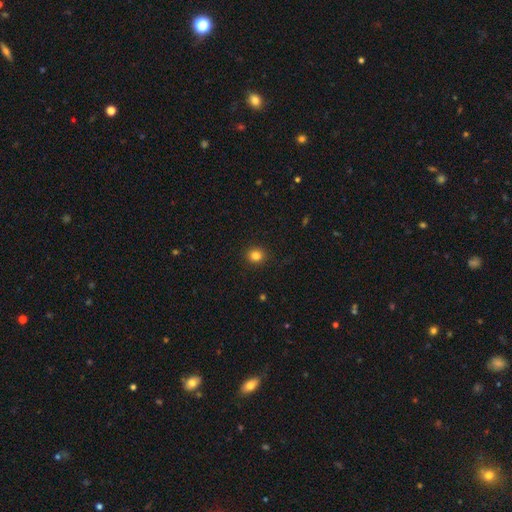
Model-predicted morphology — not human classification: smooth-or-featured: smooth: 82% | star or artifact: 13% | featured or disk: 5%
  how-rounded: round: 89% | in between: 10% | cigar-shaped: 1%
  merging: none: 92% | minor disturbance: 6% | major disturbance: 2% | merger: 1%